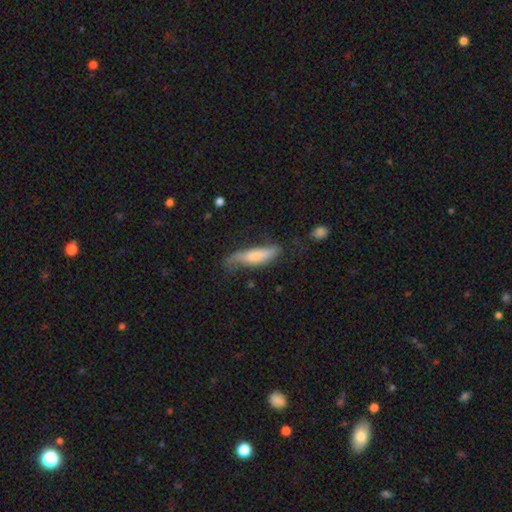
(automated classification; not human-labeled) smooth-or-featured: smooth: 58% | featured or disk: 36% | star or artifact: 6%
  how-rounded: cigar-shaped: 69% | in between: 29% | round: 2%
  merging: none: 42% | minor disturbance: 34% | major disturbance: 20% | merger: 4%